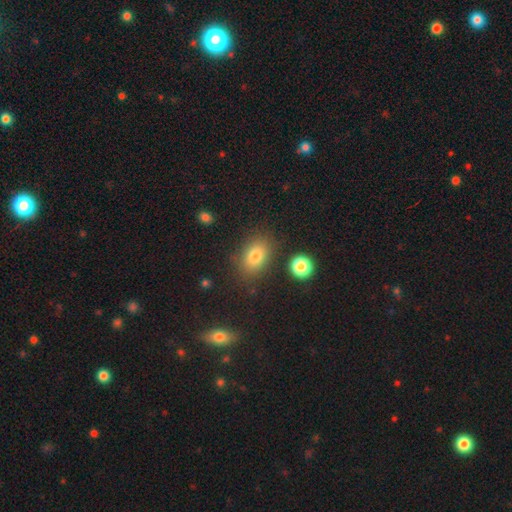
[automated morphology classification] Overall: smooth (80%). How rounded: in between (80%). Merging: none (81%).